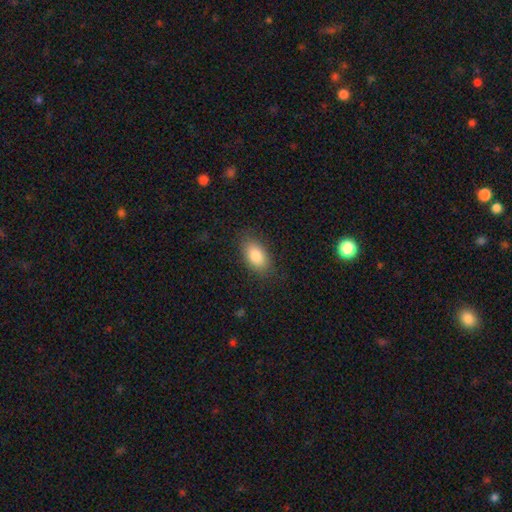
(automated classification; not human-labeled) Overall: smooth (83%). How rounded: in between (91%). Merging: none (84%).